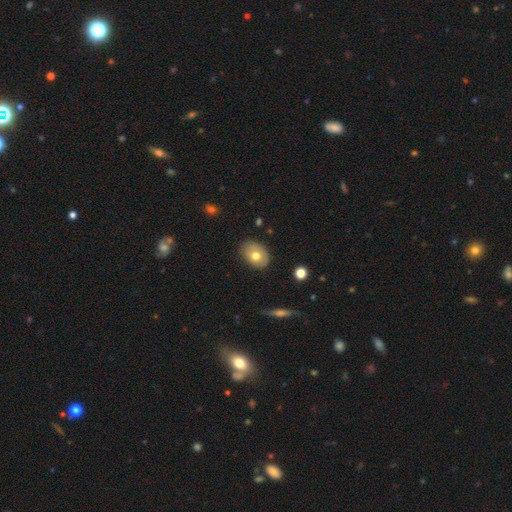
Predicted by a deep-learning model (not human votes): A smooth galaxy with no disk features (69%) that is in between round and cigar-shaped (76%). Merging: none (81%).